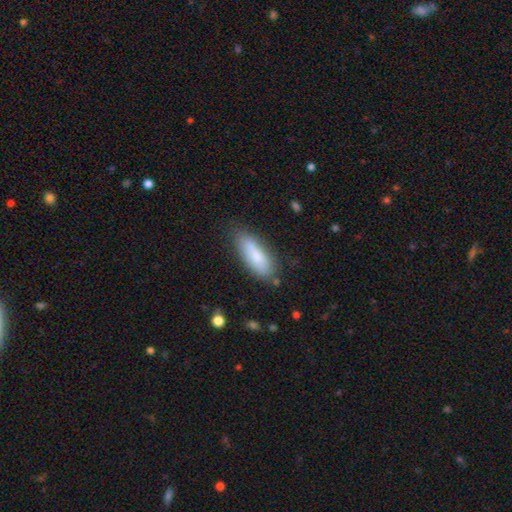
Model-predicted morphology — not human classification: Smooth or featured?
  - smooth: 79% *
  - featured or disk: 15%
  - star or artifact: 6%
How rounded?
  - in between: 64% *
  - cigar-shaped: 34%
  - round: 2%
Merging?
  - none: 73% *
  - minor disturbance: 19%
  - major disturbance: 4%
  - merger: 3%